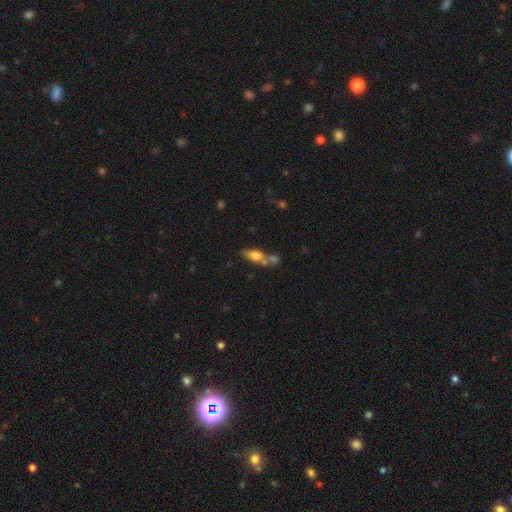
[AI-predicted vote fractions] This appears to be a smooth galaxy with no disk features (62%) that is in between round and cigar-shaped (66%). Merging: merger (41%).